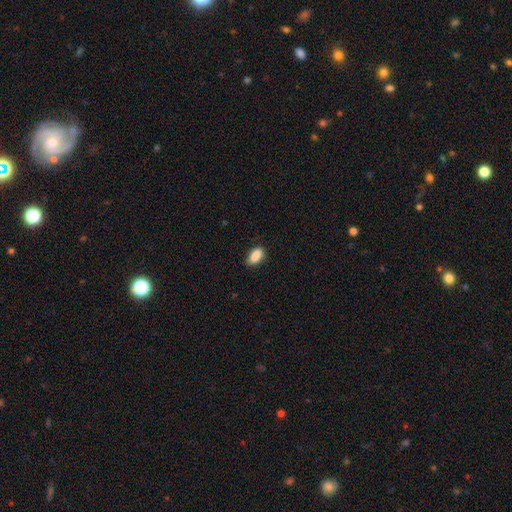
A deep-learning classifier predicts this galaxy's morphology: smooth 89%, star or artifact 7%, featured or disk 4%. Down the decision tree: how rounded — in between (91%); merging — none (79%).